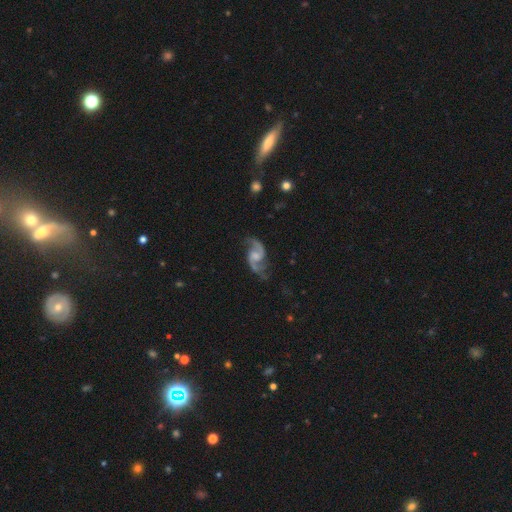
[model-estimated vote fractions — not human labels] A featured or disk galaxy (91%) with no bar (47%), 2 (94%) loose (54%) spiral arms (98%) and a small central bulge (33%, tied with moderate). Merging: none (74%).